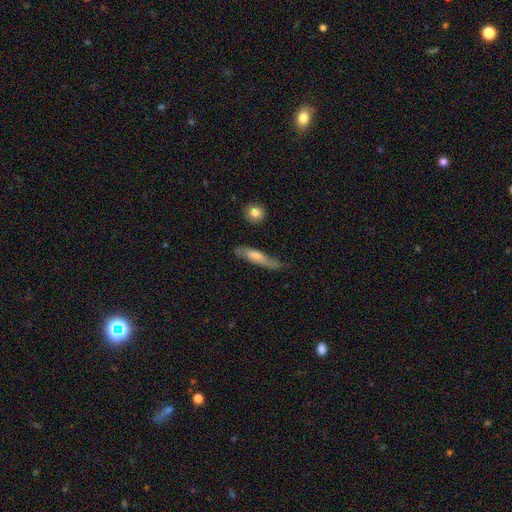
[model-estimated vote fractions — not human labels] Overall: smooth (48%; featured or disk 44%). Merging: none (58%; minor disturbance 29%).